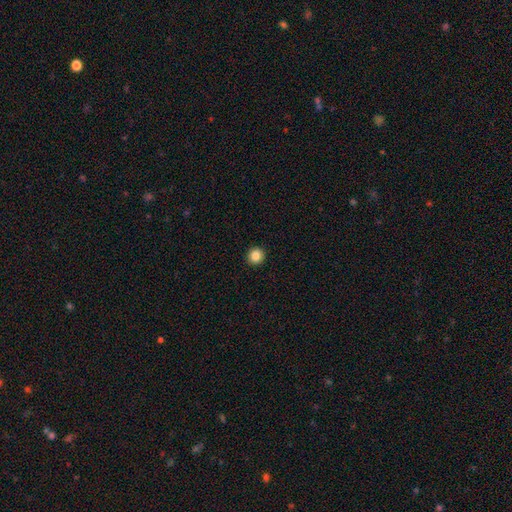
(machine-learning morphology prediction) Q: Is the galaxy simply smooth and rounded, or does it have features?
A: smooth — 86%.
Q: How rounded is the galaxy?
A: round — 94%.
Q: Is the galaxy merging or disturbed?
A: none — 94%.